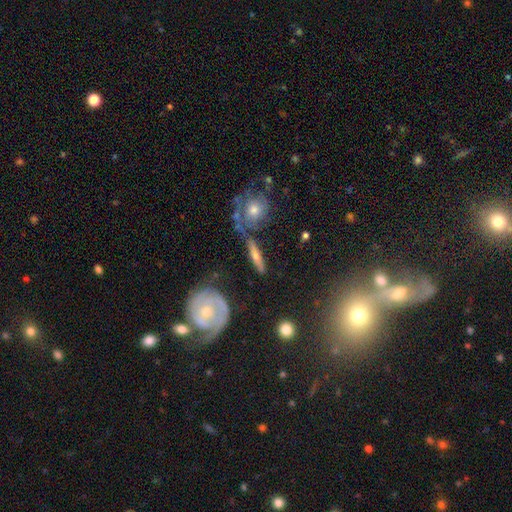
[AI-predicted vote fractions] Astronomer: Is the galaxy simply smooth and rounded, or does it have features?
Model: featured or disk — 47% (runner-up: smooth, 44%).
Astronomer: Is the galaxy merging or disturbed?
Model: none — 67%.